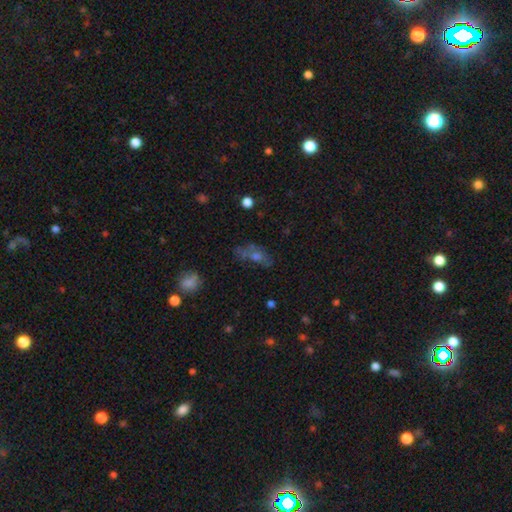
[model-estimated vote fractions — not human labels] smooth 45%, featured or disk 28%, star or artifact 26%. Down the decision tree: merging — none (50%).